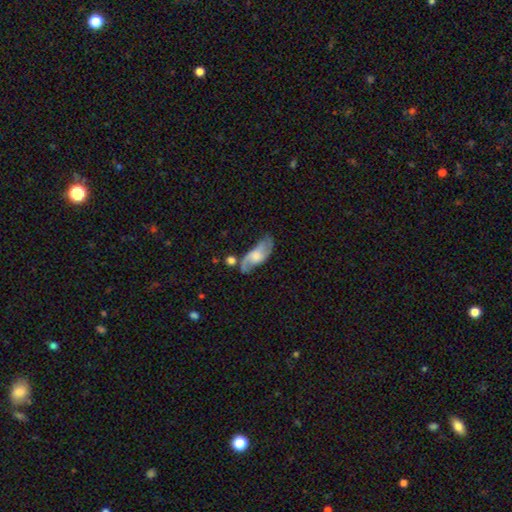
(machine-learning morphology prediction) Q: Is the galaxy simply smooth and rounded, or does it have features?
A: featured or disk — 67%.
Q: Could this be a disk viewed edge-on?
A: no — 89%.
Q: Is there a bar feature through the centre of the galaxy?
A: no — 61%.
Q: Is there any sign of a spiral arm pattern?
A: yes — 90%.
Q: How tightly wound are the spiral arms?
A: loose — 43%.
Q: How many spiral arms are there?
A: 2 — 83%.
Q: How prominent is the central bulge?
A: moderate — 41%.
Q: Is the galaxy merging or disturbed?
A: none — 55%.